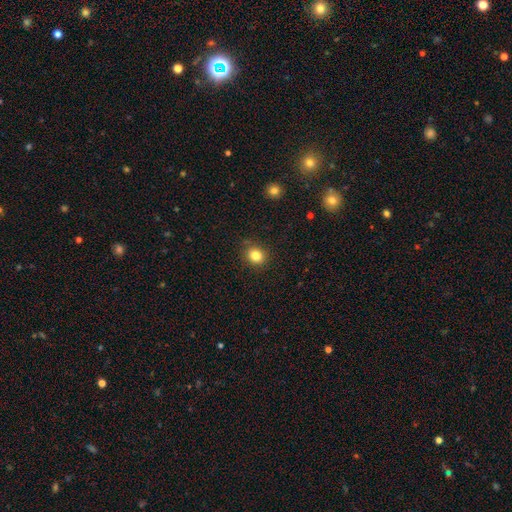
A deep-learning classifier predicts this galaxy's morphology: Overall: smooth (83%). How rounded: round (77%). Merging: none (86%).